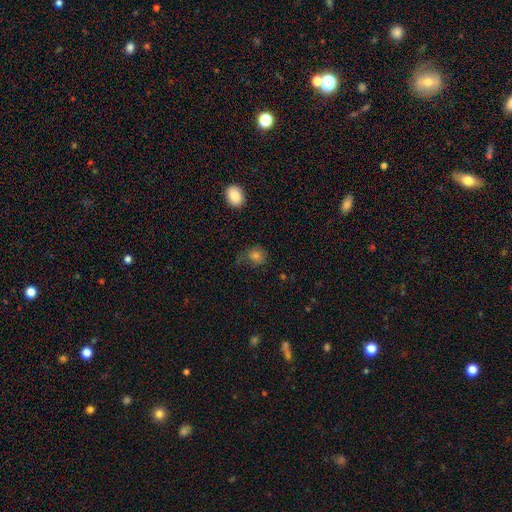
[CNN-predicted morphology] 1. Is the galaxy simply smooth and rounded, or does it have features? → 77% smooth, 14% star or artifact, 9% featured or disk.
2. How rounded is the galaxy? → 72% round, 27% in between, 1% cigar-shaped.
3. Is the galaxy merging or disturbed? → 56% none, 25% minor disturbance, 16% major disturbance, 3% merger.